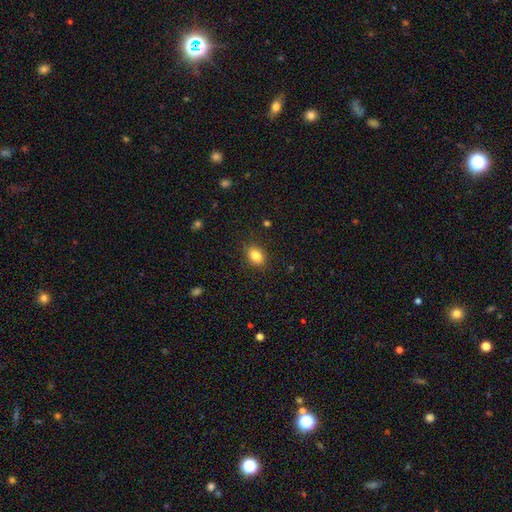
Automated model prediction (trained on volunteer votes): Q: Smooth or featured?
A: smooth (83%); runner-up: star or artifact (10%)
Q: How rounded?
A: in between (73%); runner-up: round (26%)
Q: Merging?
A: none (86%); runner-up: minor disturbance (10%)